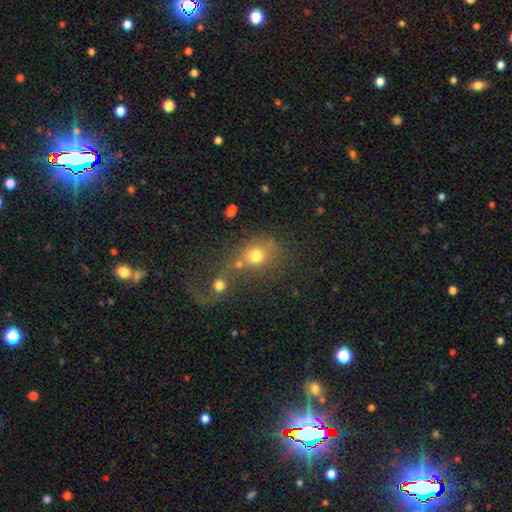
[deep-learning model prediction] Morphology: type=smooth (68%); roundness=round (67%); merging=merger (43%).